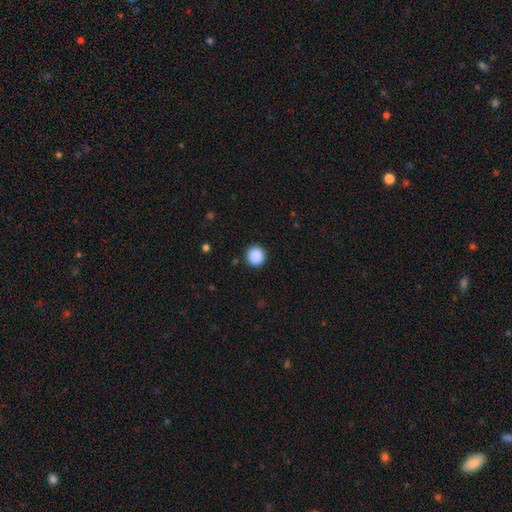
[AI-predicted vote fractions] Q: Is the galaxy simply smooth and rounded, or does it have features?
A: smooth — 89%.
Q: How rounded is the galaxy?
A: round — 94%.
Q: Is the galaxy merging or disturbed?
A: none — 91%.